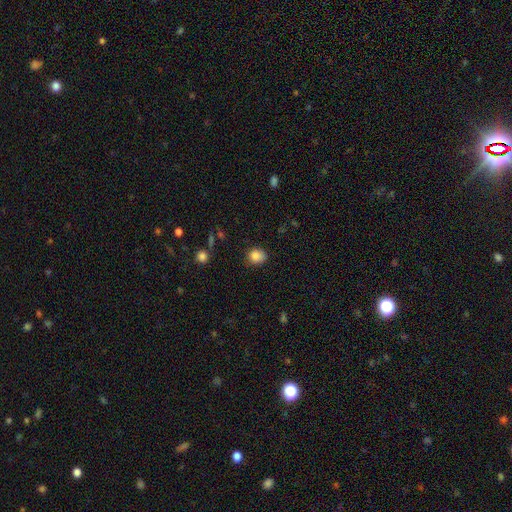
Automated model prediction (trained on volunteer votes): Smooth or featured?
  - smooth: 85% *
  - star or artifact: 10%
  - featured or disk: 5%
How rounded?
  - round: 66% *
  - in between: 33%
  - cigar-shaped: 1%
Merging?
  - none: 76% *
  - minor disturbance: 18%
  - major disturbance: 4%
  - merger: 2%